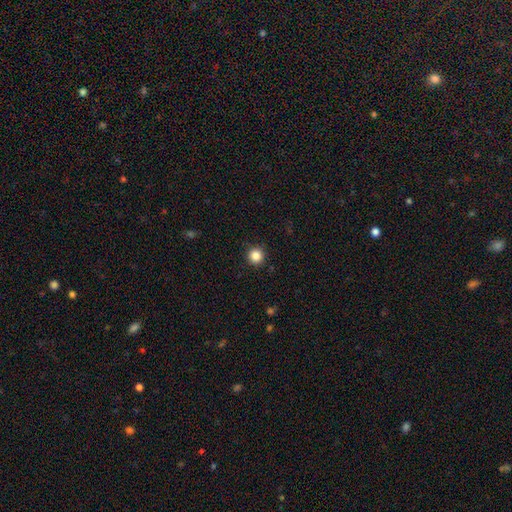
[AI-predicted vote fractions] smooth_or_featured: smooth (p=0.85) [alt: star or artifact p=0.11]
how_rounded: round (p=0.95) [alt: in between p=0.04]
merging: none (p=0.92) [alt: minor disturbance p=0.05]